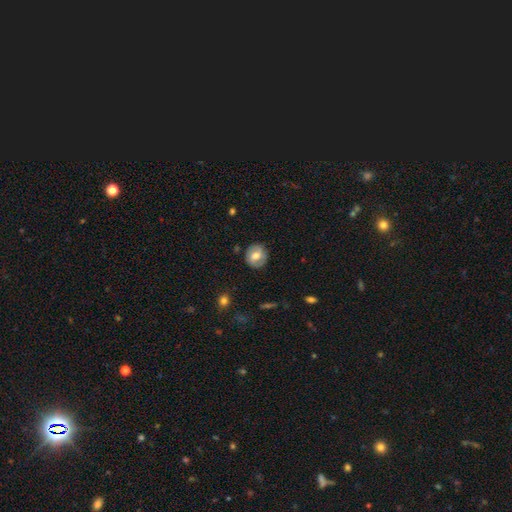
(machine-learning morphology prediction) smooth 51%, featured or disk 41%, star or artifact 7%. Down the decision tree: how rounded — round (79%); merging — none (83%).